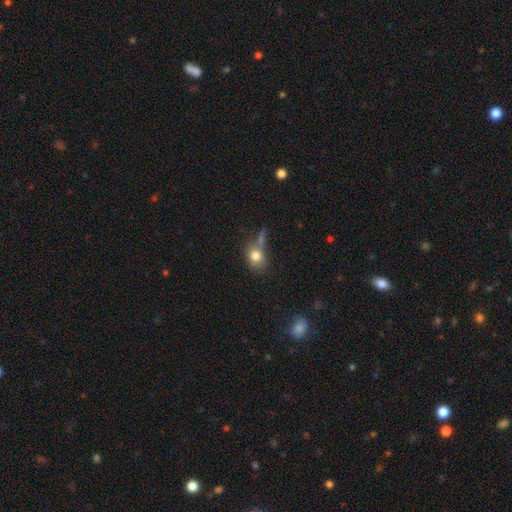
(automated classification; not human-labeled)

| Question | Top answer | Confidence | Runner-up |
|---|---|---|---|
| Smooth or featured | smooth | 79% | featured or disk (11%) |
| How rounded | round | 54% | in between (44%) |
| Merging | none | 44% | merger (25%) |